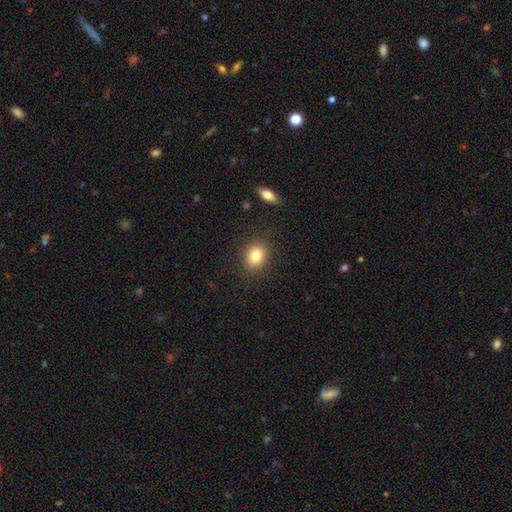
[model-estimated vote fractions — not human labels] A smooth galaxy with no disk features (81%) that is round (57%). Merging: none (87%).